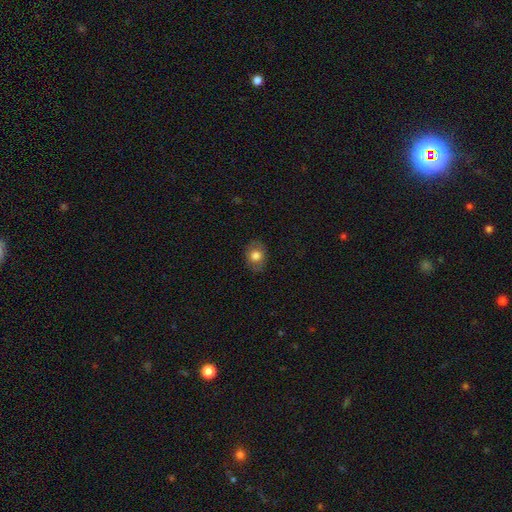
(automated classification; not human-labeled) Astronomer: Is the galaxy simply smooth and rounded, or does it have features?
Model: smooth — 72%.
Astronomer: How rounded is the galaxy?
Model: in between — 57% (runner-up: round, 42%).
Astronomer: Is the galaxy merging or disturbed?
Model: none — 83%.